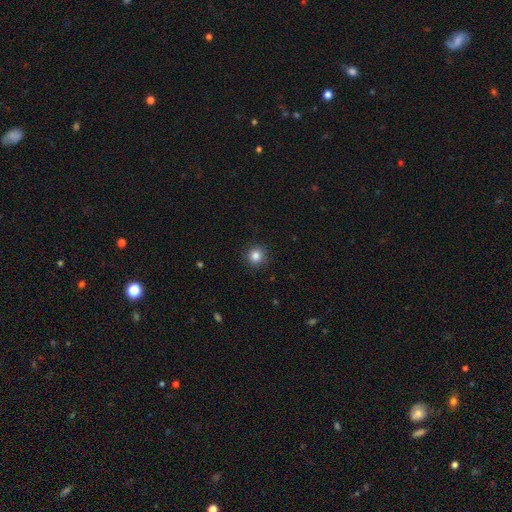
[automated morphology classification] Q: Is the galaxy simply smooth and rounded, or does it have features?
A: smooth — 84%.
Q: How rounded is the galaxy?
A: round — 94%.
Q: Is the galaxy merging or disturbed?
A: none — 91%.